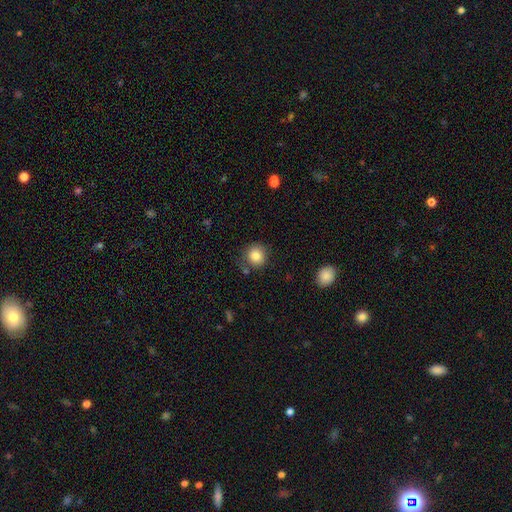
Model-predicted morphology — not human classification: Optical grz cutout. It shows a smooth galaxy with no disk features (84%) that is round (90%). Merging: none (79%).